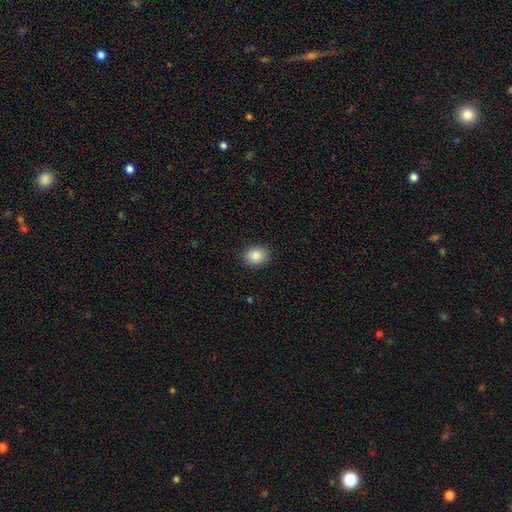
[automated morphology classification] smooth 87%, star or artifact 8%, featured or disk 5%. Down the decision tree: how rounded — round (53%); merging — none (89%).